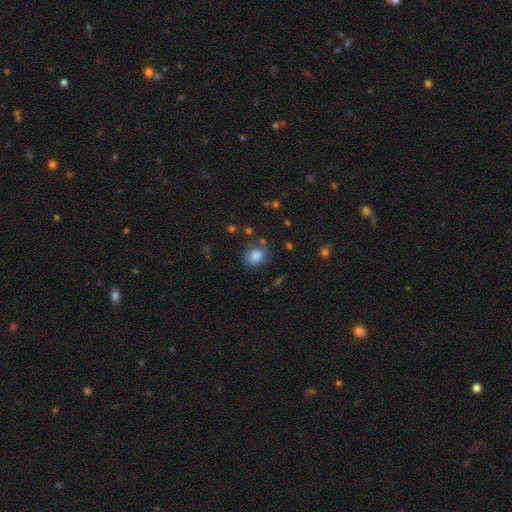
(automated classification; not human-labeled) smooth 82%, star or artifact 10%, featured or disk 9%. Down the decision tree: how rounded — round (62%); merging — none (71%).